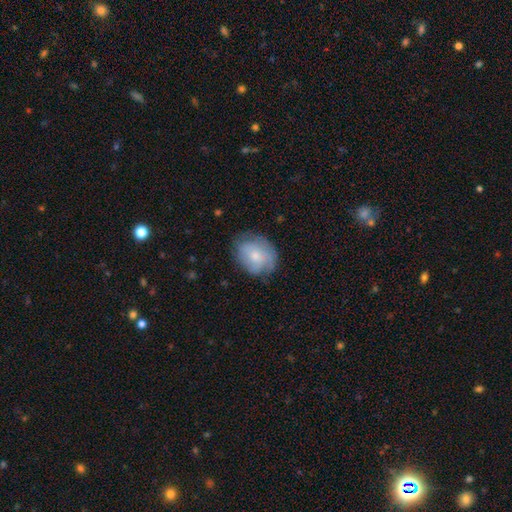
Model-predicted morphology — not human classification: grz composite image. It shows a smooth galaxy with no disk features (63%) that is round (52%). Merging: none (66%).